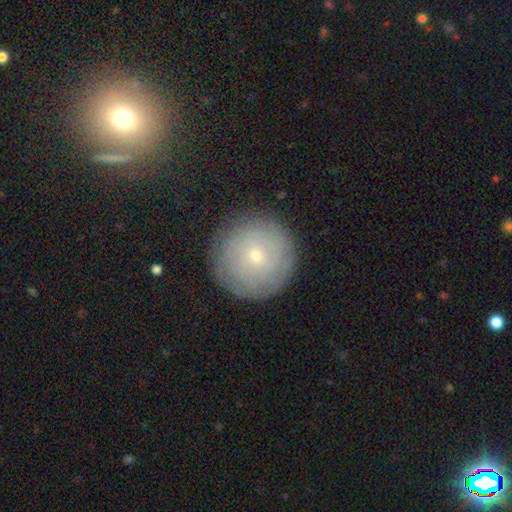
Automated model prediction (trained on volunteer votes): Q: Smooth or featured?
A: smooth (55%); runner-up: featured or disk (35%)
Q: How rounded?
A: round (96%); runner-up: in between (3%)
Q: Merging?
A: none (88%); runner-up: minor disturbance (9%)